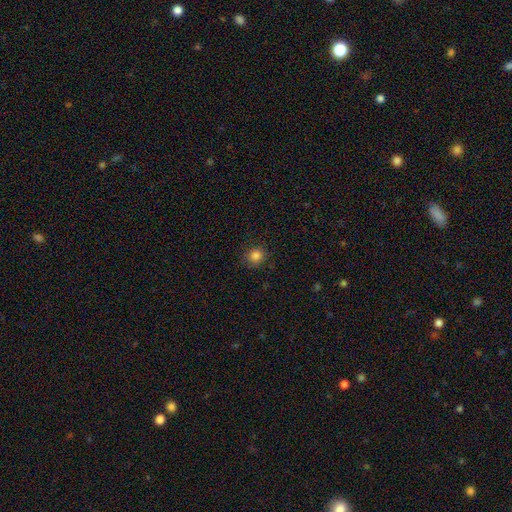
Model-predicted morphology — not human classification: Smooth or featured?
  - smooth: 84% *
  - star or artifact: 13%
  - featured or disk: 4%
How rounded?
  - round: 88% *
  - in between: 11%
  - cigar-shaped: 1%
Merging?
  - none: 86% *
  - minor disturbance: 10%
  - major disturbance: 3%
  - merger: 1%